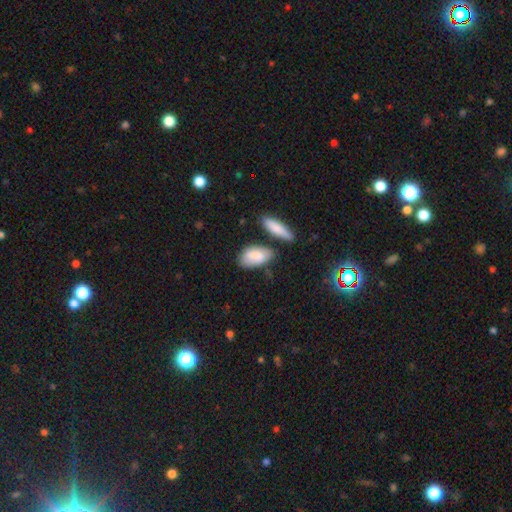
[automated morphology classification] Smooth or featured? Predicted: smooth (p=0.80). How rounded? Predicted: in between (p=0.90). Merging? Predicted: none (p=0.56).